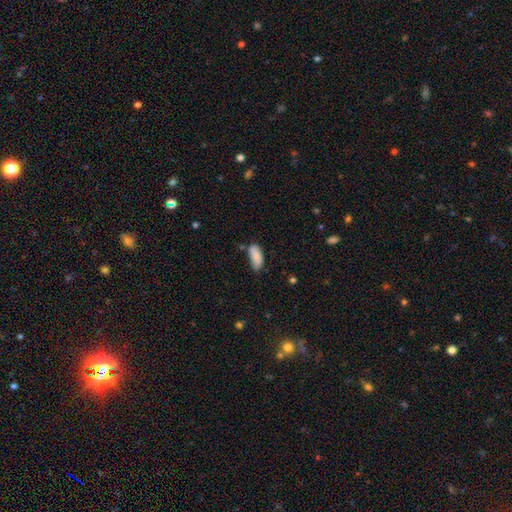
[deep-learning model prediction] The model was most divided on "merging": none: 63%, minor disturbance: 27%, major disturbance: 5%, merger: 5%. More confident: smooth or featured — smooth (87%); how rounded — in between (82%).